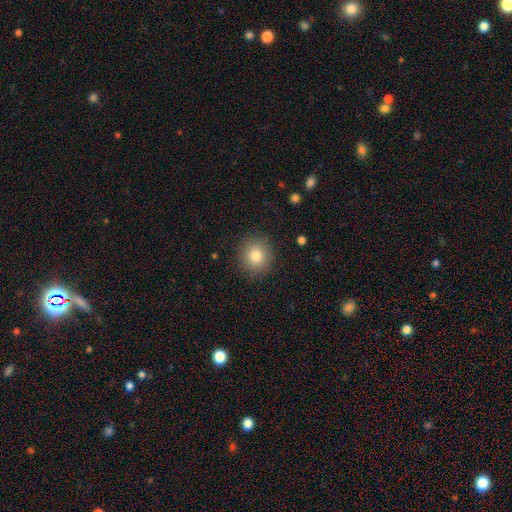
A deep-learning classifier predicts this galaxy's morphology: Smooth or featured?
  - smooth: 81% *
  - star or artifact: 11%
  - featured or disk: 8%
How rounded?
  - round: 89% *
  - in between: 10%
  - cigar-shaped: 1%
Merging?
  - none: 89% *
  - minor disturbance: 7%
  - major disturbance: 3%
  - merger: 1%